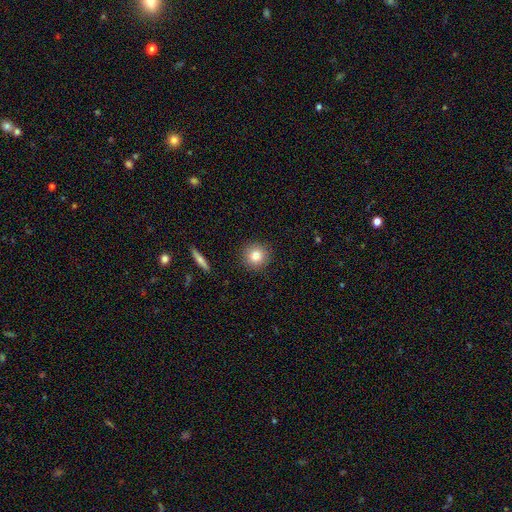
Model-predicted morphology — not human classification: Overall: smooth (81%). How rounded: round (93%). Merging: none (90%).